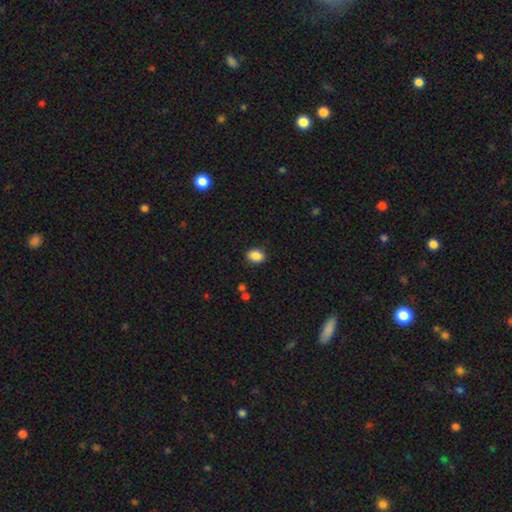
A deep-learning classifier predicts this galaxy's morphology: Smooth or featured? Predicted: smooth (p=0.88). How rounded? Predicted: in between (p=0.68). Merging? Predicted: none (p=0.87).